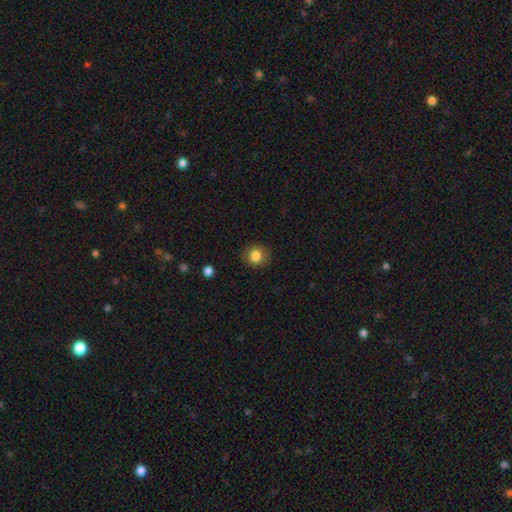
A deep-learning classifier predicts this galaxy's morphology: Smooth or featured: smooth — 83% (star or artifact — 10%)
How rounded: round — 84% (in between — 15%)
Merging: none — 87% (minor disturbance — 9%)